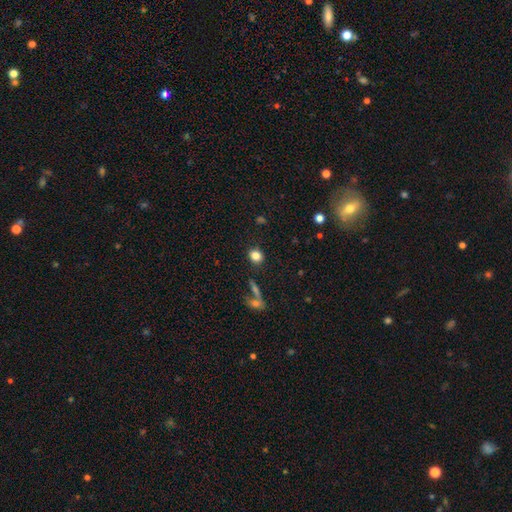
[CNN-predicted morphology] Smooth or featured? Predicted: smooth (p=0.82). How rounded? Predicted: round (p=0.73). Merging? Predicted: none (p=0.84).